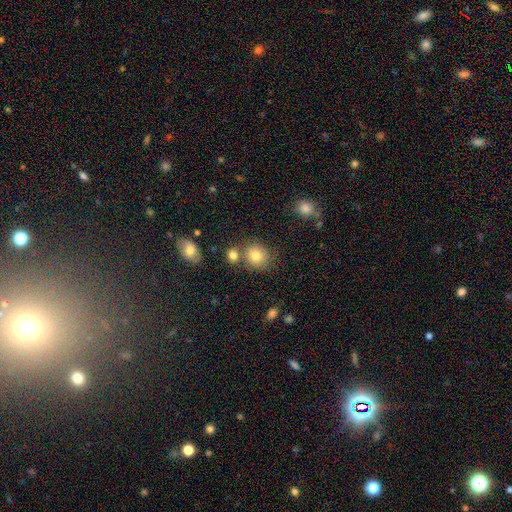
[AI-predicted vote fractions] This appears to be a smooth galaxy with no disk features (81%) that is round (72%). Merging: none (69%).